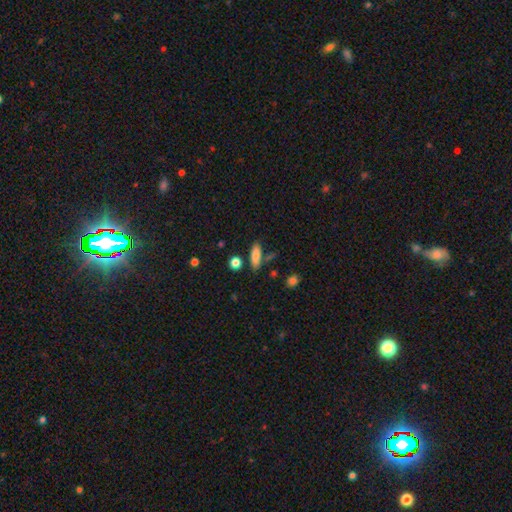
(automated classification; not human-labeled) Morphology: type=smooth (84%); roundness=in between (54%); merging=none (77%).